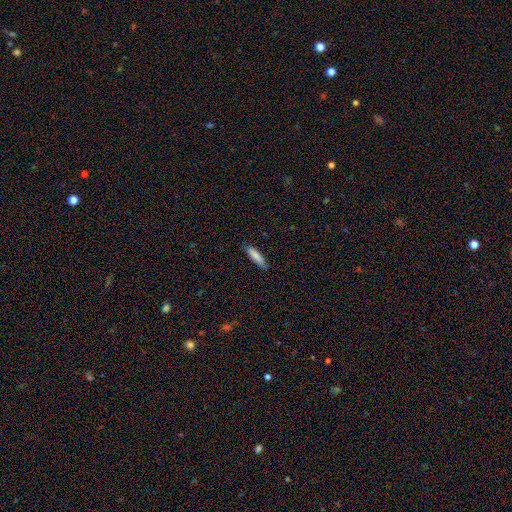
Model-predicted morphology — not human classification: smooth-or-featured: smooth: 83% | featured or disk: 10% | star or artifact: 6%
  how-rounded: cigar-shaped: 69% | in between: 29% | round: 1%
  merging: none: 81% | minor disturbance: 15% | major disturbance: 2% | merger: 1%